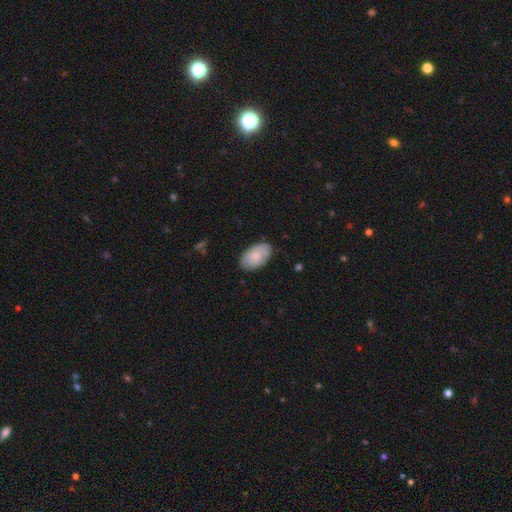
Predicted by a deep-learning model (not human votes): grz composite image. It shows a smooth galaxy with no disk features (78%) that is in between round and cigar-shaped (94%). Merging: none (81%).